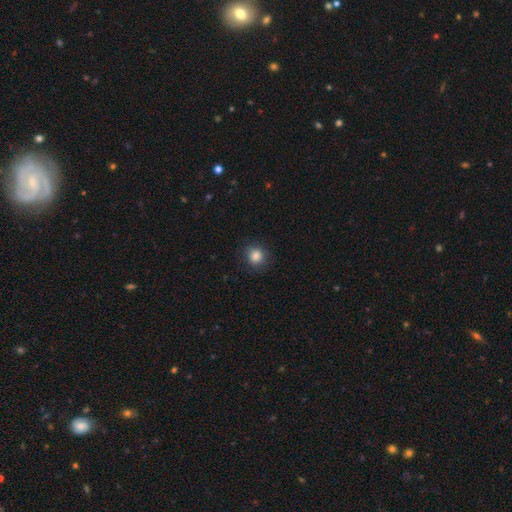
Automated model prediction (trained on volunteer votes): smooth-or-featured: smooth: 85% | star or artifact: 10% | featured or disk: 4%
  how-rounded: round: 88% | in between: 11% | cigar-shaped: 1%
  merging: none: 87% | minor disturbance: 10% | major disturbance: 3% | merger: 1%